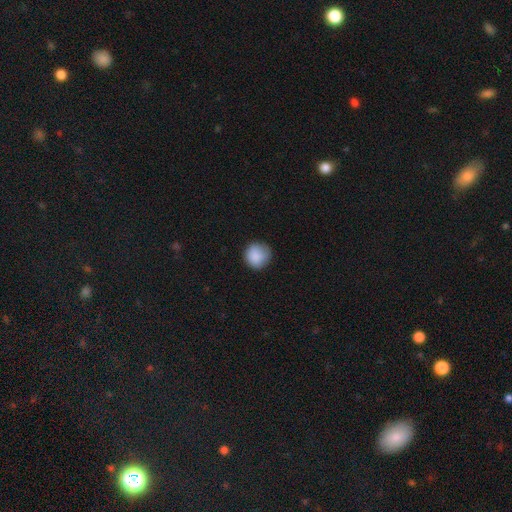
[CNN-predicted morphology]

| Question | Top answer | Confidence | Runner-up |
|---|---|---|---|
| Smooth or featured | smooth | 88% | star or artifact (8%) |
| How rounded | round | 92% | in between (7%) |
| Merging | none | 81% | minor disturbance (15%) |